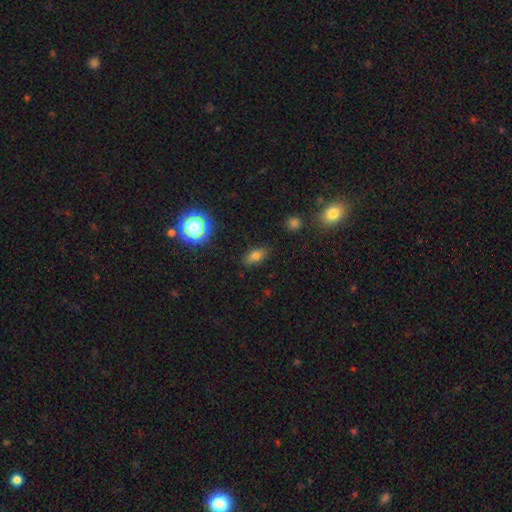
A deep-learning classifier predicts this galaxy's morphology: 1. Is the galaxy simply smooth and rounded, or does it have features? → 73% smooth, 17% star or artifact, 10% featured or disk.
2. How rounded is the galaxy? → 82% in between, 11% round, 6% cigar-shaped.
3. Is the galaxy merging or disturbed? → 85% none, 11% minor disturbance, 3% major disturbance, 2% merger.